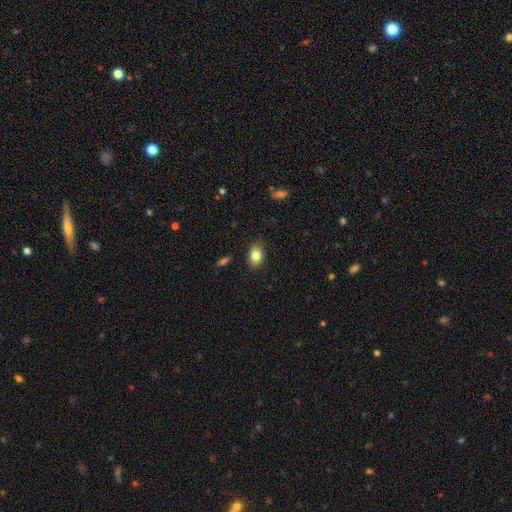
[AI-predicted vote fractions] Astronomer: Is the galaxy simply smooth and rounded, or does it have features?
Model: smooth — 83%.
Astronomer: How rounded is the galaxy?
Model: in between — 84%.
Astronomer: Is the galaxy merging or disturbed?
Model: none — 86%.